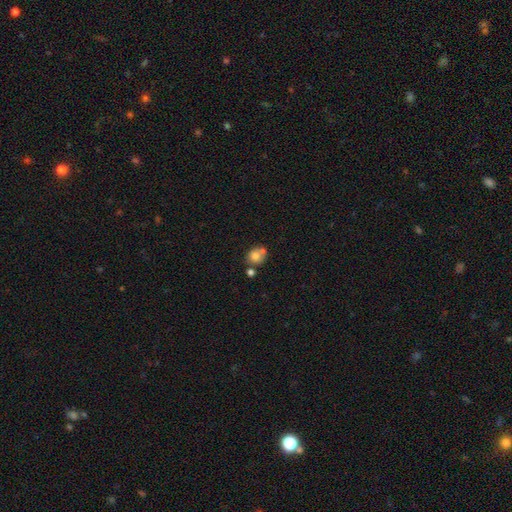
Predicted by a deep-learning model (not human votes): Smooth or featured? smooth (76%)
How rounded? round (72%)
Merging? none (53%)